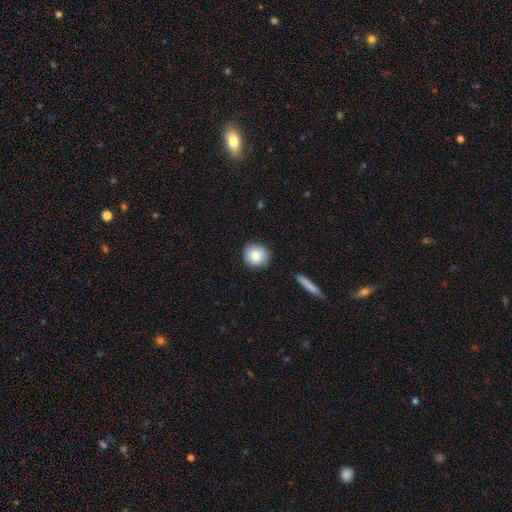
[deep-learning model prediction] smooth_or_featured: smooth (p=0.83) [alt: featured or disk p=0.09]
how_rounded: round (p=0.91) [alt: in between p=0.08]
merging: none (p=0.88) [alt: minor disturbance p=0.08]